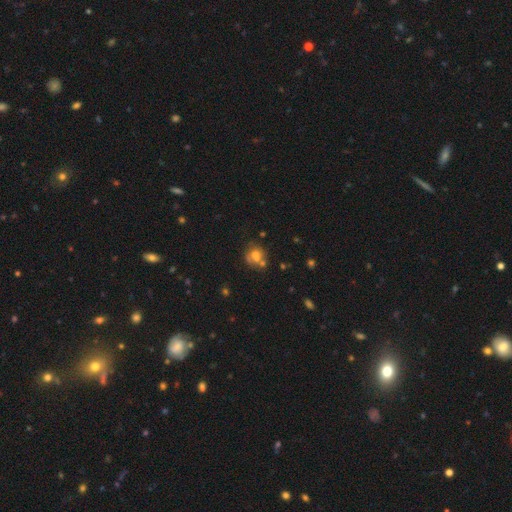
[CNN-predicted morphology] Smooth or featured? Predicted: smooth (p=0.63). How rounded? Predicted: round (p=0.75). Merging? Predicted: none (p=0.46).